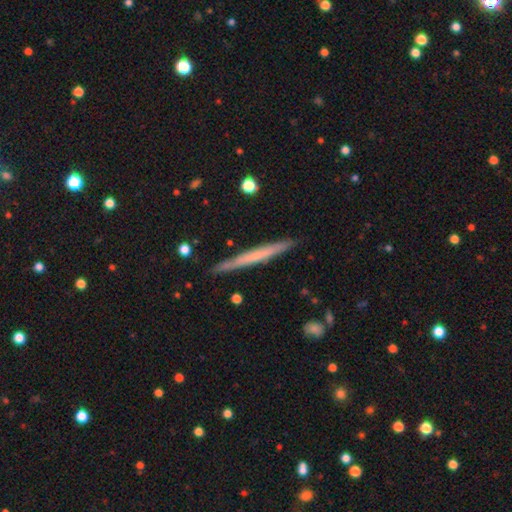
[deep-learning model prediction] A featured or disk galaxy (48%).

Vote fractions:
- Smooth or featured? featured or disk: 48% / smooth: 46% / star or artifact: 6%
- Merging? none: 88% / minor disturbance: 9% / major disturbance: 2% / merger: 2%